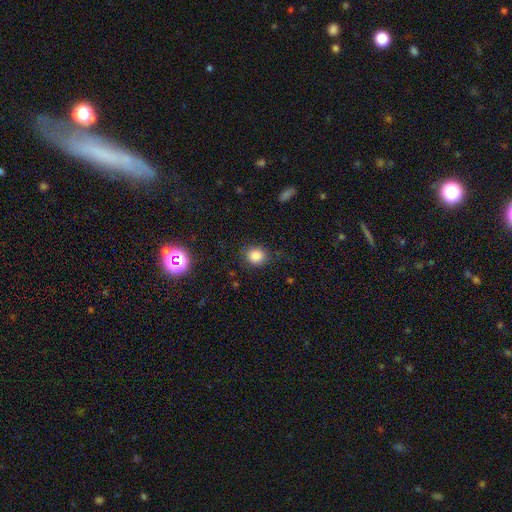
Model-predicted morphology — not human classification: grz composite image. It shows a smooth galaxy with no disk features (84%) that is round (78%). Merging: none (82%).